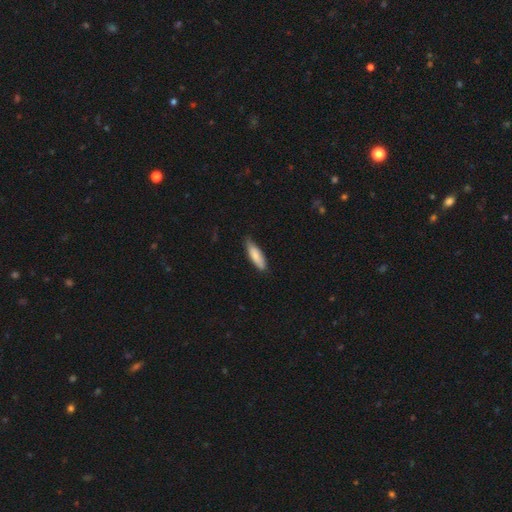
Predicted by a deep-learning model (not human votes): The model was most divided on "how rounded": cigar-shaped: 52%, in between: 46%, round: 2%. More confident: smooth or featured — smooth (81%); merging — none (72%).